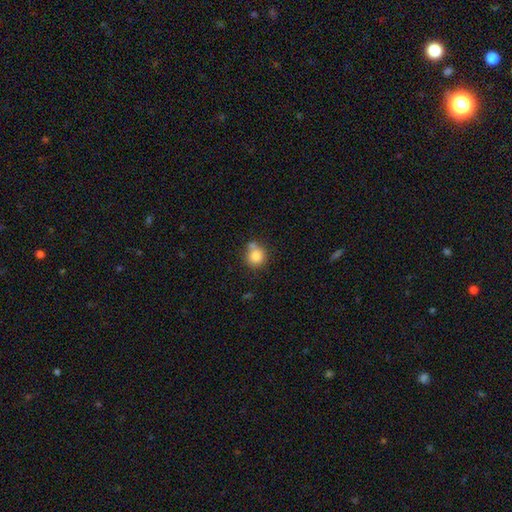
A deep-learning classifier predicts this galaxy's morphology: This is clearly a smooth galaxy (81%). How rounded: clearly round (89%). Merging: likely none (62%).